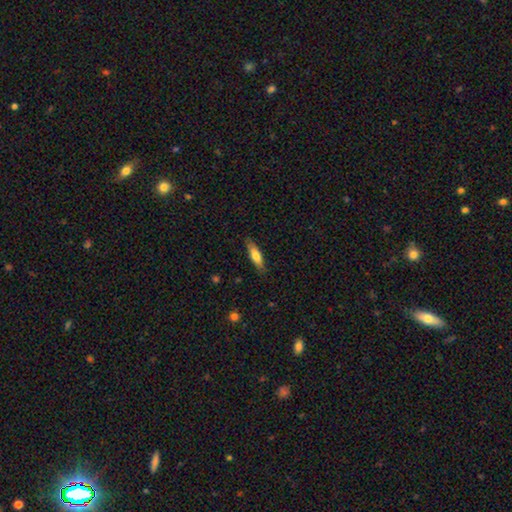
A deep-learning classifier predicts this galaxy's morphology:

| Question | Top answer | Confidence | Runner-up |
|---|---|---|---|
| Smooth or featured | smooth | 72% | featured or disk (22%) |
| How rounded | cigar-shaped | 60% | in between (38%) |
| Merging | none | 84% | minor disturbance (12%) |